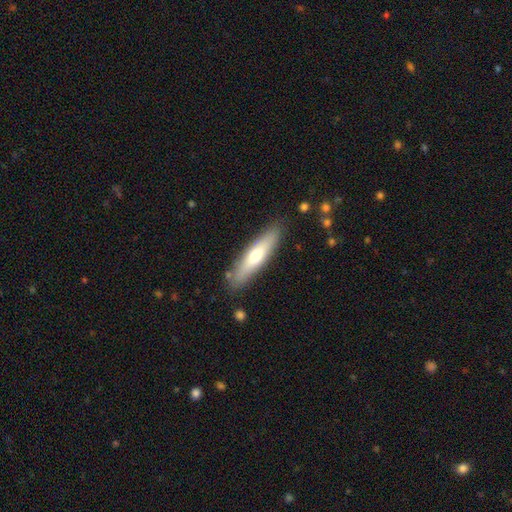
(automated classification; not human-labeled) smooth_or_featured: smooth (p=0.56) [alt: featured or disk p=0.39]
how_rounded: cigar-shaped (p=0.77) [alt: in between p=0.22]
merging: none (p=0.85) [alt: minor disturbance p=0.10]